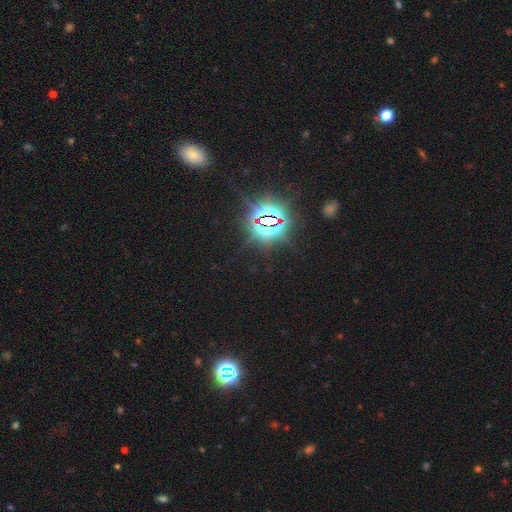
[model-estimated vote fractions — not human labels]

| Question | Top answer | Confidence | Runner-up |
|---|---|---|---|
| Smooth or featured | star or artifact | 81% | smooth (12%) |